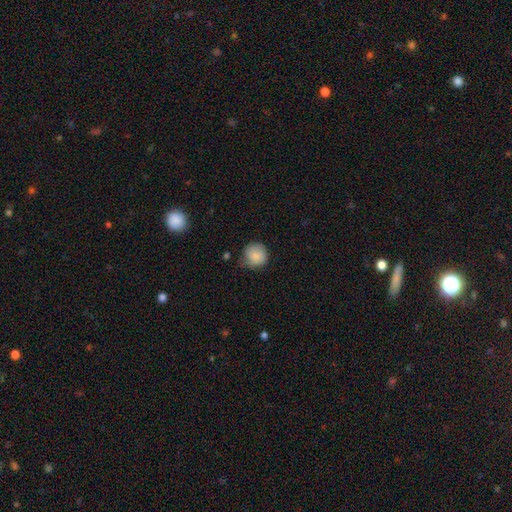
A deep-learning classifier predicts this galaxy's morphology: Smooth or featured? Predicted: smooth (p=0.85). How rounded? Predicted: round (p=0.90). Merging? Predicted: none (p=0.62).